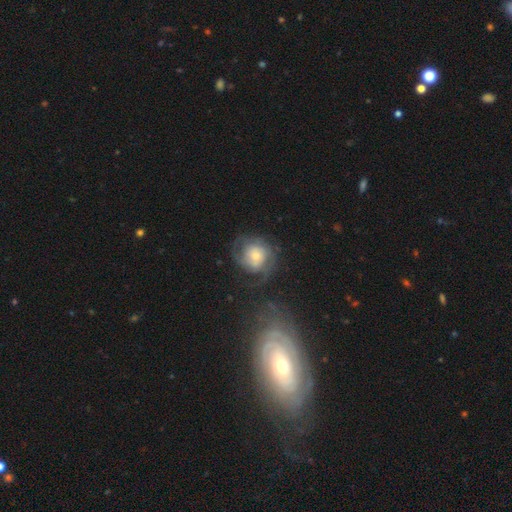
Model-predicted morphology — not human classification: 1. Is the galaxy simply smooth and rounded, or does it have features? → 61% featured or disk, 31% smooth, 8% star or artifact.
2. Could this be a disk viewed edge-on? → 97% no, 3% yes.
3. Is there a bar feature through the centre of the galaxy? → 77% no, 19% weak, 4% strong.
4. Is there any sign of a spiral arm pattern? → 83% yes, 17% no.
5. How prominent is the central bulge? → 44% small, 38% moderate, 12% large, 3% none, 3% dominant.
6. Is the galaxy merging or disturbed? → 55% none, 22% major disturbance, 21% minor disturbance, 3% merger.